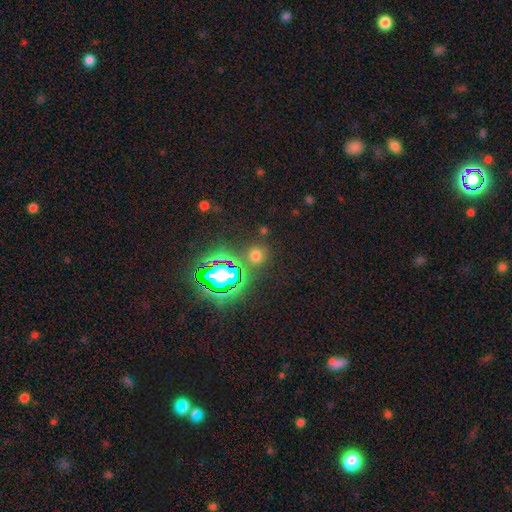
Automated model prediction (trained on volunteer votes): Q: Smooth or featured?
A: smooth (57%); runner-up: star or artifact (36%)
Q: How rounded?
A: round (87%); runner-up: in between (12%)
Q: Merging?
A: none (82%); runner-up: minor disturbance (8%)